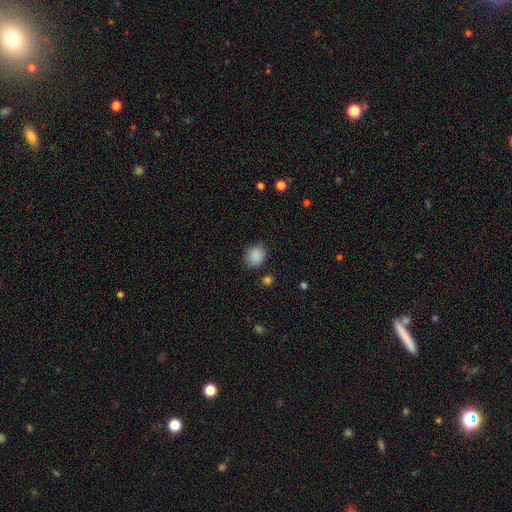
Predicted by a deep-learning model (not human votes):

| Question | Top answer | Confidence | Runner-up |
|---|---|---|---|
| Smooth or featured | smooth | 88% | star or artifact (9%) |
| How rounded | round | 72% | in between (27%) |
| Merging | none | 84% | minor disturbance (11%) |